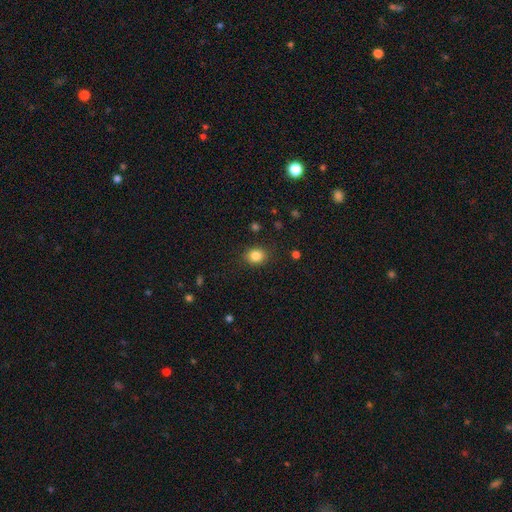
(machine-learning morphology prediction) A smooth galaxy with no disk features (85%) that is round (64%).

Vote fractions:
- Smooth or featured? smooth: 85% / star or artifact: 10% / featured or disk: 5%
- How rounded? round: 64% / in between: 35% / cigar-shaped: 1%
- Merging? none: 87% / minor disturbance: 9% / major disturbance: 3% / merger: 1%